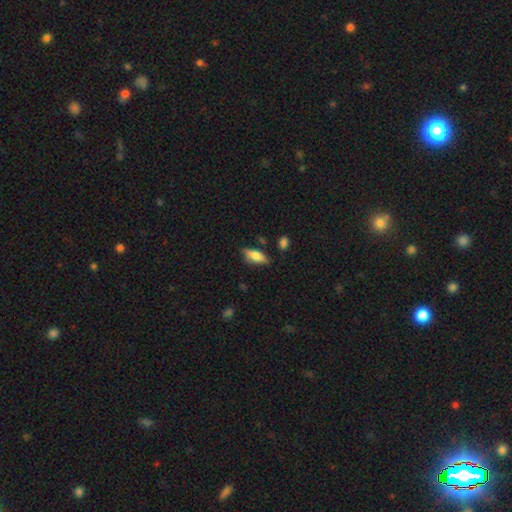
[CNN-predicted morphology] A smooth galaxy with no disk features (78%) that is in between round and cigar-shaped (74%). Merging: none (76%).